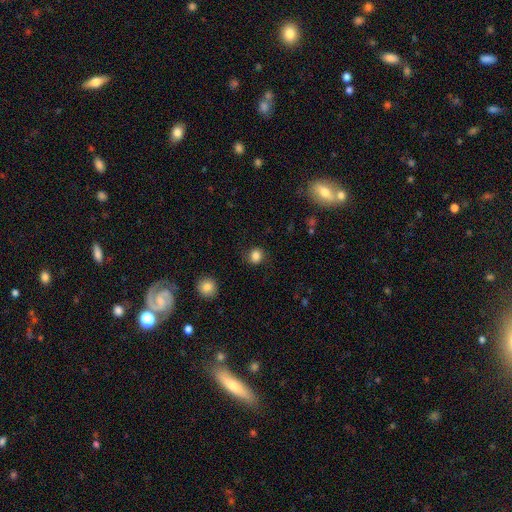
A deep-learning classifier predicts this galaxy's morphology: Smooth or featured?
  - smooth: 85% *
  - star or artifact: 11%
  - featured or disk: 4%
How rounded?
  - round: 81% *
  - in between: 18%
  - cigar-shaped: 1%
Merging?
  - none: 85% *
  - minor disturbance: 10%
  - major disturbance: 4%
  - merger: 1%